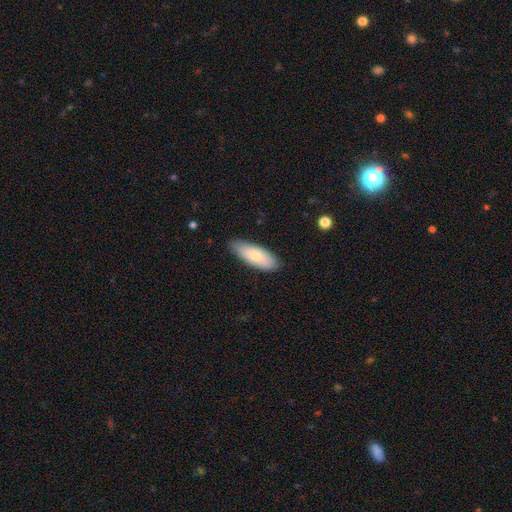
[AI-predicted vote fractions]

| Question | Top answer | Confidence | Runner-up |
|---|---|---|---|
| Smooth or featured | smooth | 74% | featured or disk (20%) |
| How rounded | in between | 72% | cigar-shaped (26%) |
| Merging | none | 82% | minor disturbance (15%) |